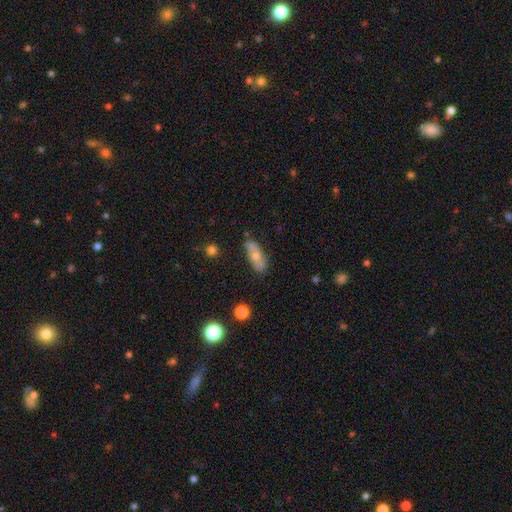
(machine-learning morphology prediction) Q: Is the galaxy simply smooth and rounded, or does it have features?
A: smooth — 57%.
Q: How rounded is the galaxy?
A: in between — 79%.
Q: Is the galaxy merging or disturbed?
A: none — 67%.